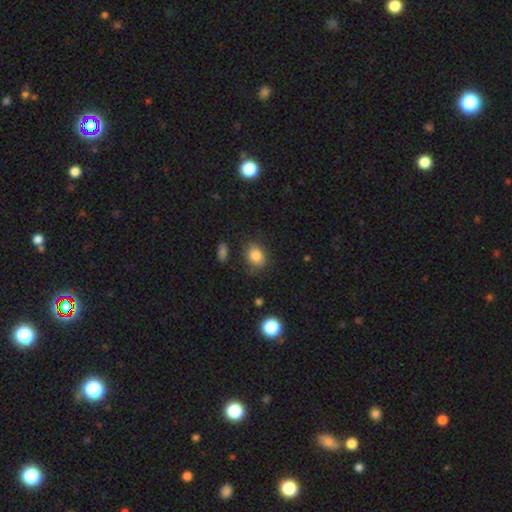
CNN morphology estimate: A smooth galaxy with no disk features (84%) that is in between round and cigar-shaped (57%). Merging: none (77%).